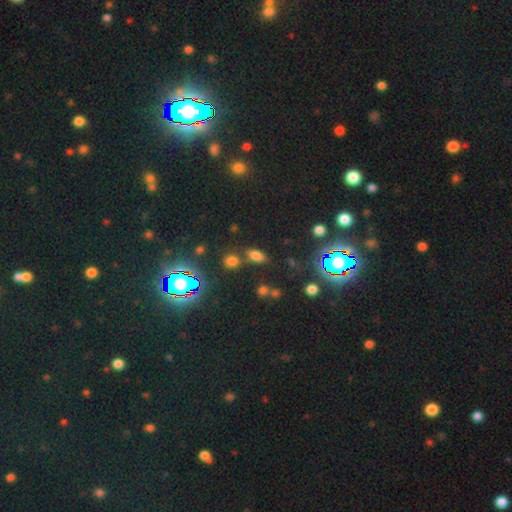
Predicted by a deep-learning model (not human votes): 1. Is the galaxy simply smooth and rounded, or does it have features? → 63% smooth, 27% star or artifact, 11% featured or disk.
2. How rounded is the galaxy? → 78% in between, 11% round, 10% cigar-shaped.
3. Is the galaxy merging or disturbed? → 68% none, 15% merger, 12% minor disturbance, 5% major disturbance.